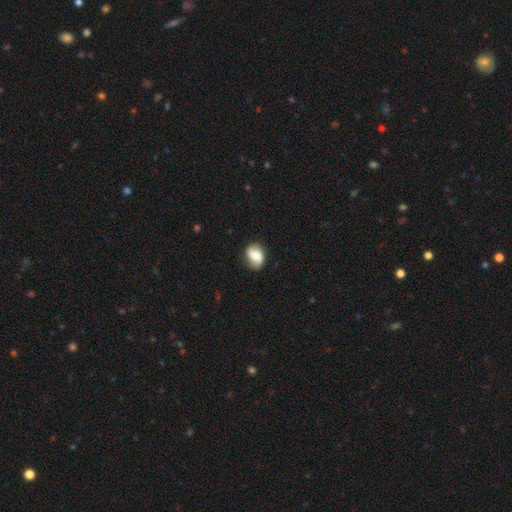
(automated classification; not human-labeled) Smooth or featured? Predicted: smooth (p=0.52). How rounded? Predicted: in between (p=0.55). Merging? Predicted: none (p=0.67).